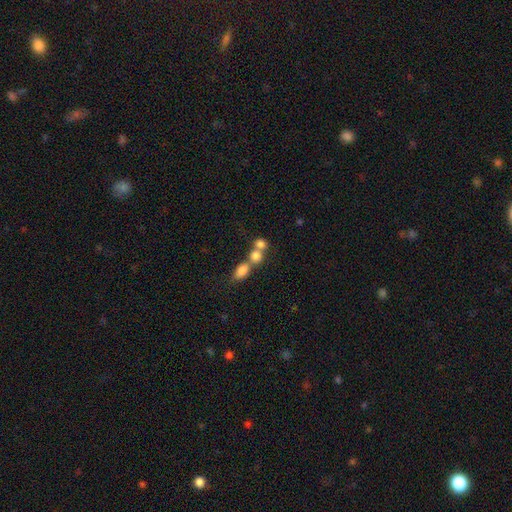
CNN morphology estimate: smooth-or-featured: smooth: 77% | featured or disk: 13% | star or artifact: 11%
  how-rounded: round: 49% | in between: 48% | cigar-shaped: 3%
  merging: merger: 60% | none: 29% | minor disturbance: 7% | major disturbance: 4%